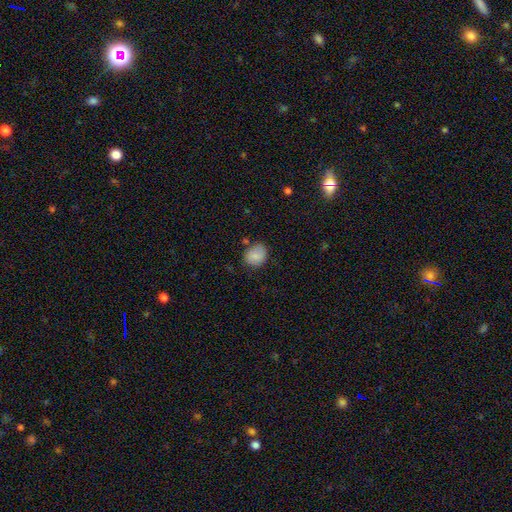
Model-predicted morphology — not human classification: A smooth galaxy with no disk features (79%) that is round (73%). Merging: none (74%).